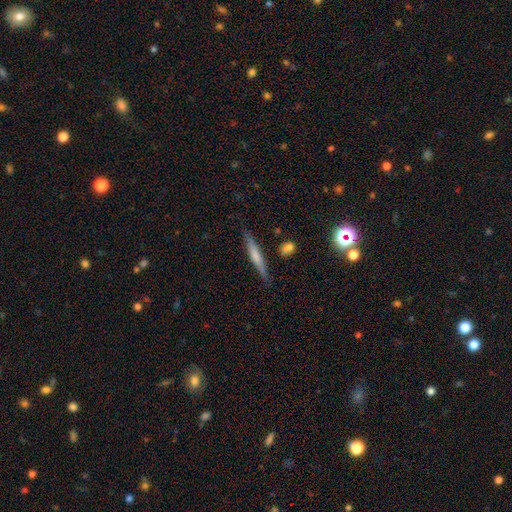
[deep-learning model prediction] smooth_or_featured: smooth (p=0.56) [alt: featured or disk p=0.38]
how_rounded: cigar-shaped (p=0.92) [alt: in between p=0.07]
merging: none (p=0.82) [alt: minor disturbance p=0.13]